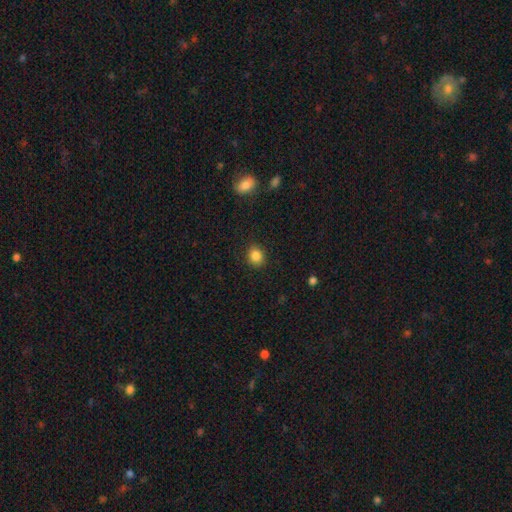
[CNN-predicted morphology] Smooth or featured: smooth — 86% (star or artifact — 10%)
How rounded: round — 76% (in between — 23%)
Merging: none — 89% (minor disturbance — 8%)